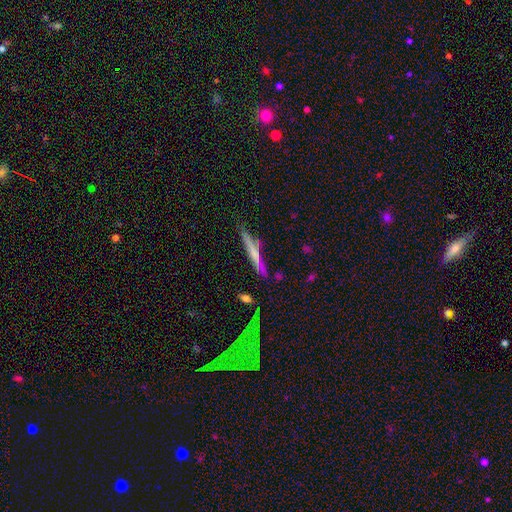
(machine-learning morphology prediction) A featured or disk galaxy (48%). Merging: none (69%).